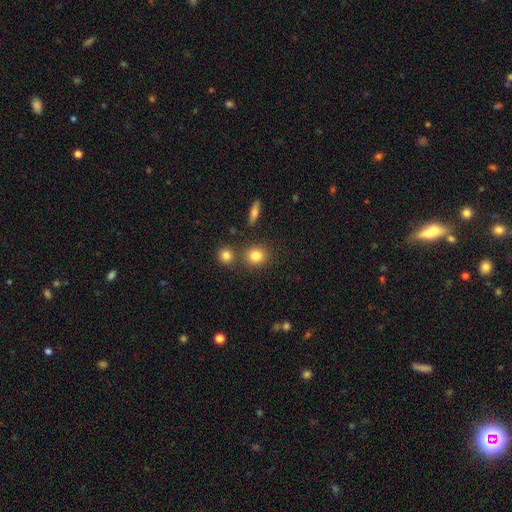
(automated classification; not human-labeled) Smooth or featured? Predicted: smooth (p=0.81). How rounded? Predicted: round (p=0.79). Merging? Predicted: none (p=0.75).